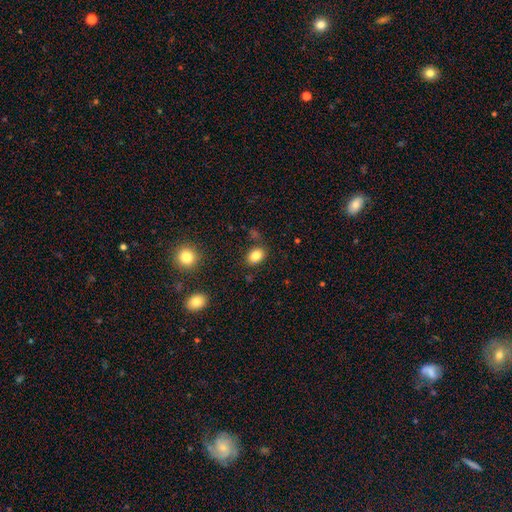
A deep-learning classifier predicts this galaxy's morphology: The model was most divided on "how rounded": in between: 74%, round: 25%, cigar-shaped: 1%. More confident: smooth or featured — smooth (84%); merging — none (81%).